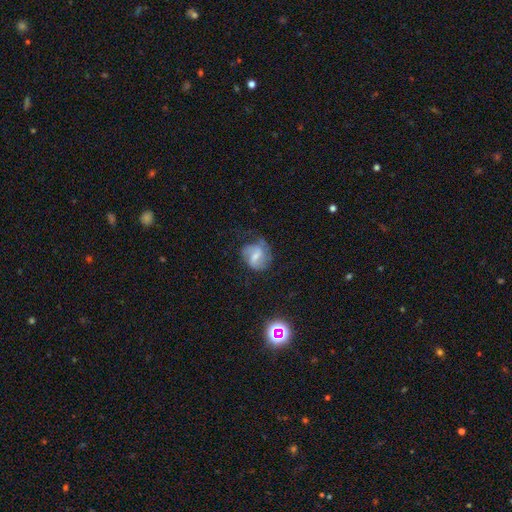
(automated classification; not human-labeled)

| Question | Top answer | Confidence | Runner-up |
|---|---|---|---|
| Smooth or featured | featured or disk | 63% | smooth (28%) |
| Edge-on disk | no | 97% | yes (3%) |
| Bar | weak | 54% | no (24%) |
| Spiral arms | yes | 84% | no (16%) |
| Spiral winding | medium | 45% | loose (28%) |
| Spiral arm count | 2 | 62% | can't tell (19%) |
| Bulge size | small | 41% | moderate (39%) |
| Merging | none | 52% | minor disturbance (27%) |